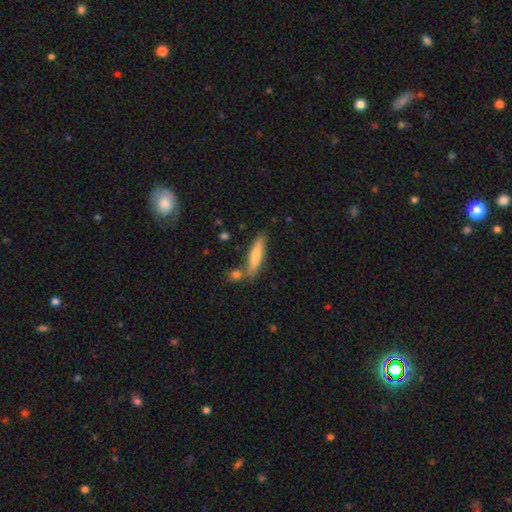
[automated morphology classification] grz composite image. It shows a smooth galaxy with no disk features (71%) that is cigar-shaped (84%). Merging: none (73%).